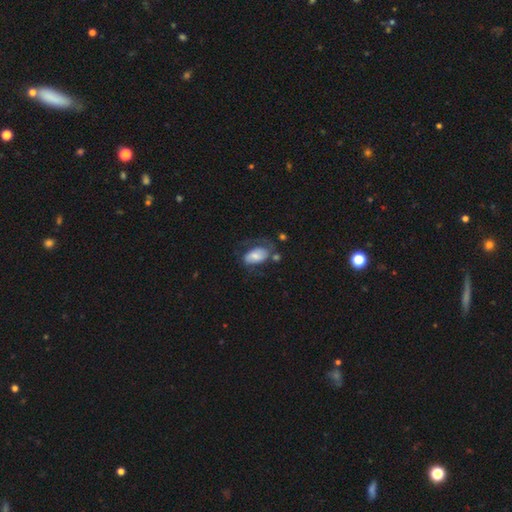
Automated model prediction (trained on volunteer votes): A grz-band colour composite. It shows a smooth galaxy with no disk features (55%) that is in between round and cigar-shaped (92%). Merging: none (40%).